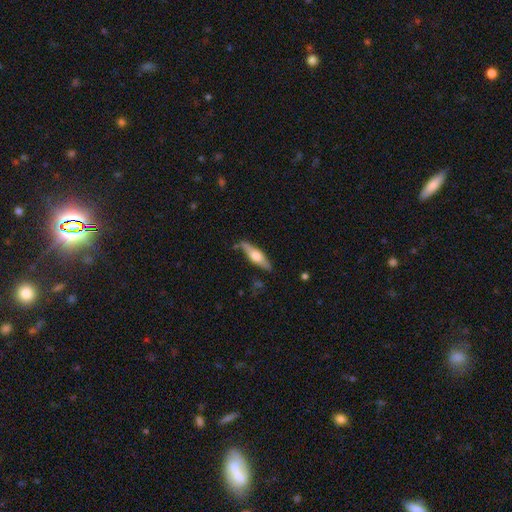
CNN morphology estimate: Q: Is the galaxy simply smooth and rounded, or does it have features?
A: featured or disk — 52%.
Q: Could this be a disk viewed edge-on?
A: yes — 91%.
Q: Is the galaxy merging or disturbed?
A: none — 78%.